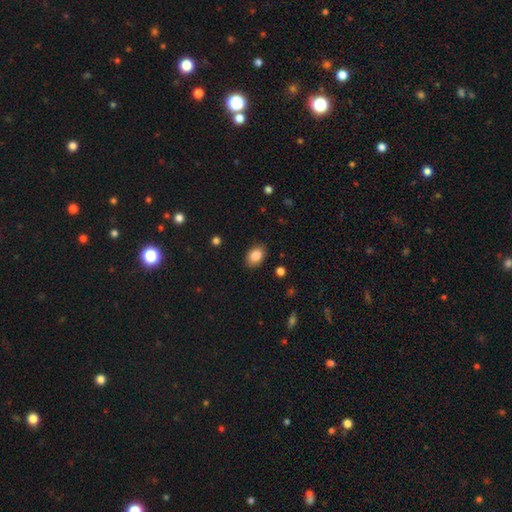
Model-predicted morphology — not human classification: smooth 86%, star or artifact 8%, featured or disk 6%. Down the decision tree: how rounded — in between (81%); merging — none (86%).